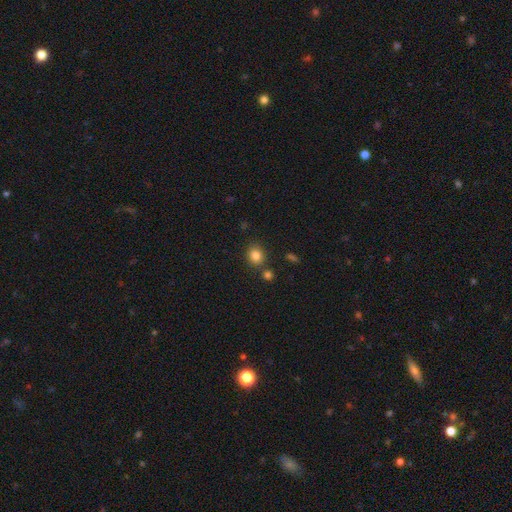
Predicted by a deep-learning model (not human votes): Smooth or featured? Predicted: smooth (p=0.83). How rounded? Predicted: round (p=0.72). Merging? Predicted: none (p=0.77).